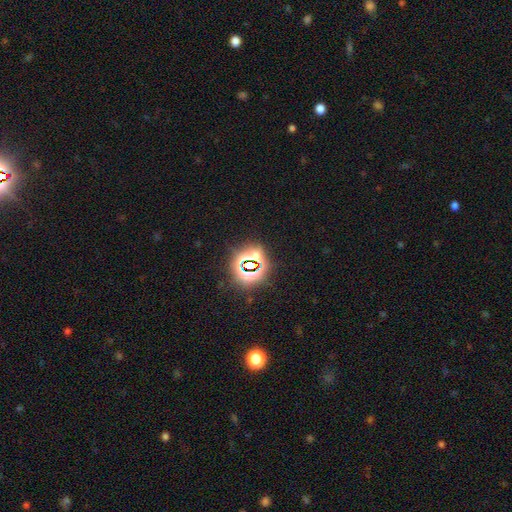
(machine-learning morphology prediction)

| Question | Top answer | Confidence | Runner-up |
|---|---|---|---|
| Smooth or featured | star or artifact | 76% | smooth (16%) |